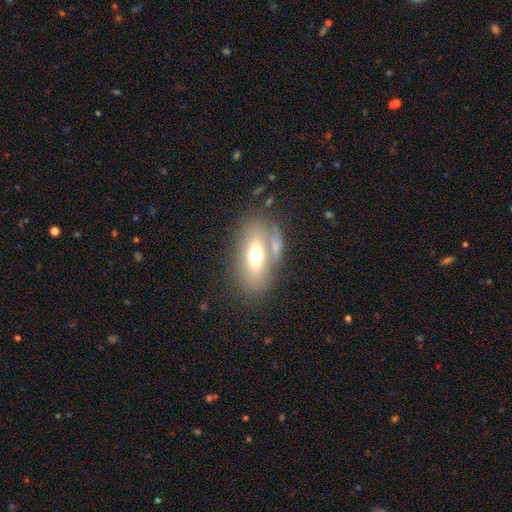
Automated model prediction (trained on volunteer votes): The model was most divided on "smooth or featured": smooth: 59%, featured or disk: 31%, star or artifact: 10%. More confident: how rounded — in between (84%); merging — none (62%).